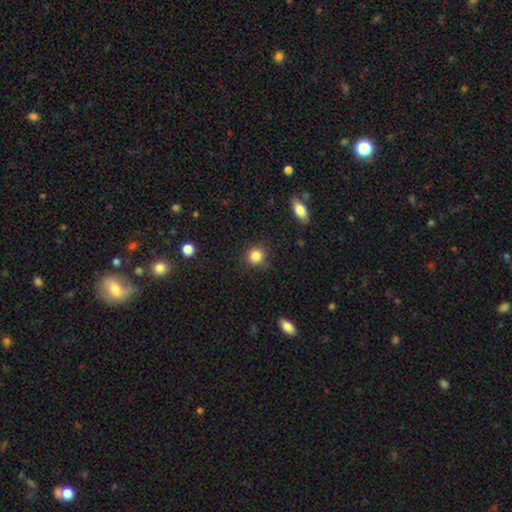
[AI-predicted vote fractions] smooth-or-featured: smooth: 86% | star or artifact: 10% | featured or disk: 4%
  how-rounded: round: 87% | in between: 12% | cigar-shaped: 1%
  merging: none: 84% | minor disturbance: 11% | major disturbance: 3% | merger: 2%